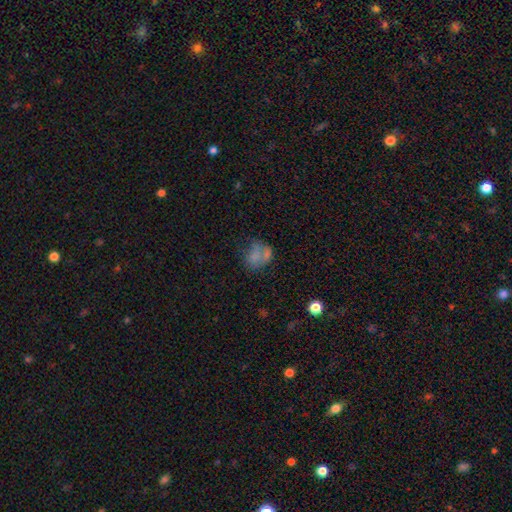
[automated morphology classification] A smooth galaxy with no disk features (58%) that is round (51%).

Vote fractions:
- Smooth or featured? smooth: 58% / featured or disk: 27% / star or artifact: 14%
- How rounded? round: 51% / in between: 47% / cigar-shaped: 1%
- Merging? none: 35% / major disturbance: 23% / minor disturbance: 22% / merger: 20%